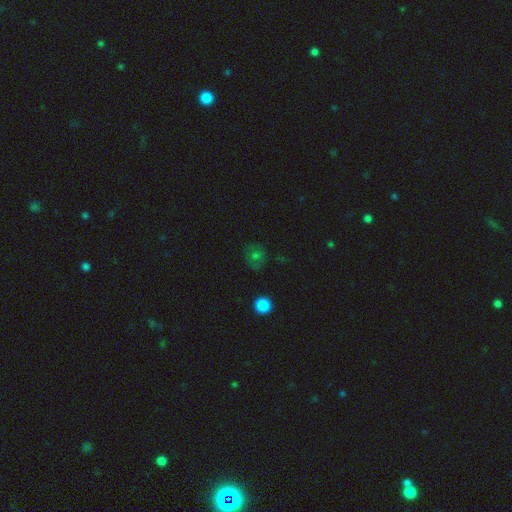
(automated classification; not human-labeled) Smooth or featured? Predicted: smooth (p=0.60). How rounded? Predicted: round (p=0.82). Merging? Predicted: none (p=0.73).